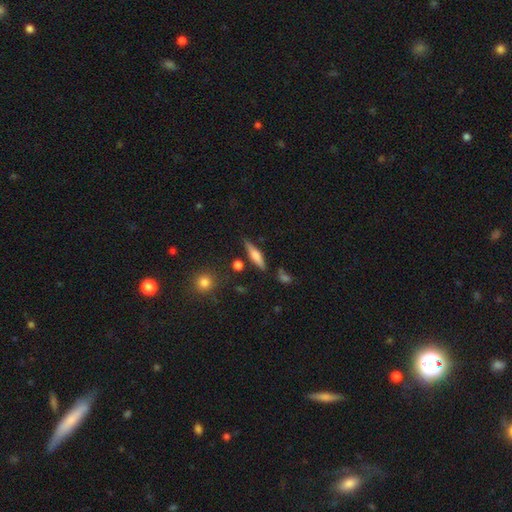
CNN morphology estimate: Smooth or featured: smooth — 49% (featured or disk — 43%)
Merging: none — 79% (minor disturbance — 12%)